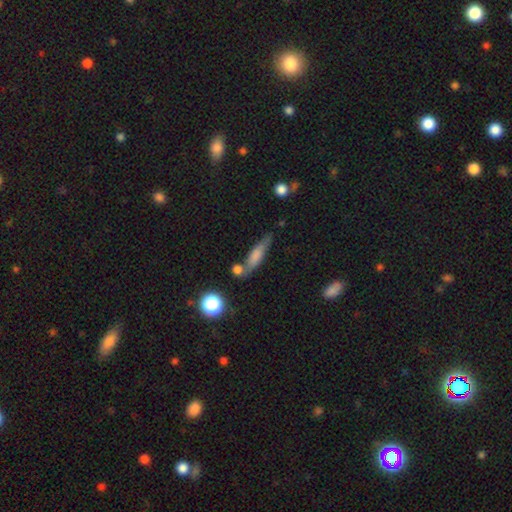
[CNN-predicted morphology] A smooth galaxy with no disk features (64%) that is cigar-shaped (69%). Merging: none (58%).